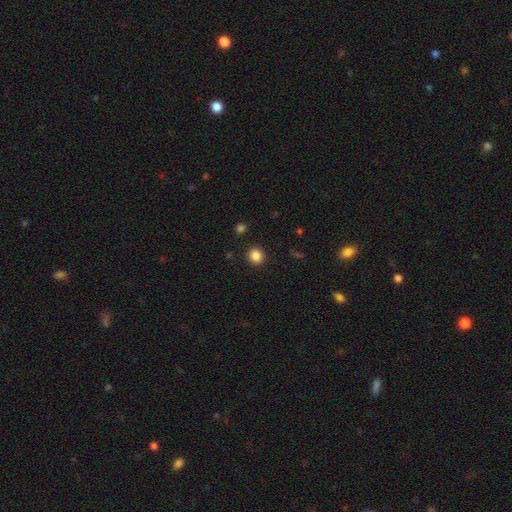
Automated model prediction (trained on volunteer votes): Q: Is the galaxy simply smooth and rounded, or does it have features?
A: smooth — 86%.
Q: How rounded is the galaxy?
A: round — 80%.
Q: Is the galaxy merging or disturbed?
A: none — 91%.